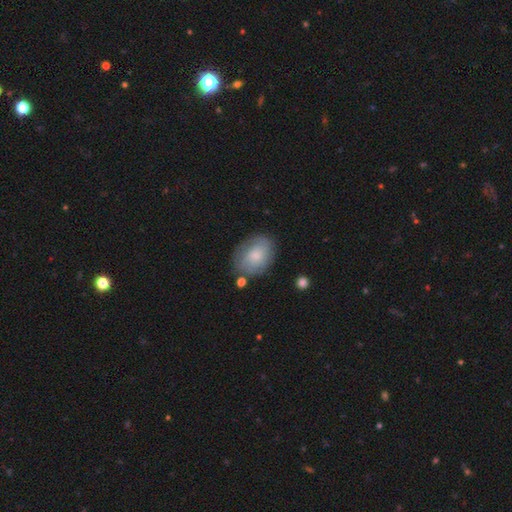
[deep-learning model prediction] Overall: smooth (60%; featured or disk 32%). How rounded: in between (70%). Merging: none (68%).